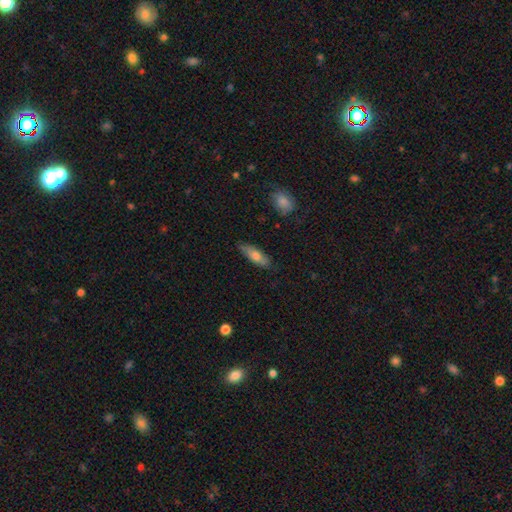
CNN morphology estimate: A smooth galaxy with no disk features (68%) that is in between round and cigar-shaped (52%).

Vote fractions:
- Smooth or featured? smooth: 68% / featured or disk: 26% / star or artifact: 6%
- How rounded? in between: 52% / cigar-shaped: 45% / round: 2%
- Merging? none: 83% / minor disturbance: 13% / major disturbance: 2% / merger: 1%